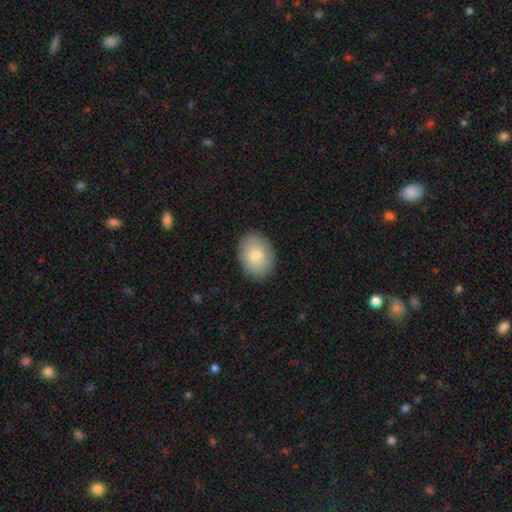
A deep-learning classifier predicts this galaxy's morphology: A smooth galaxy with no disk features (80%) that is in between round and cigar-shaped (65%). Merging: none (86%).